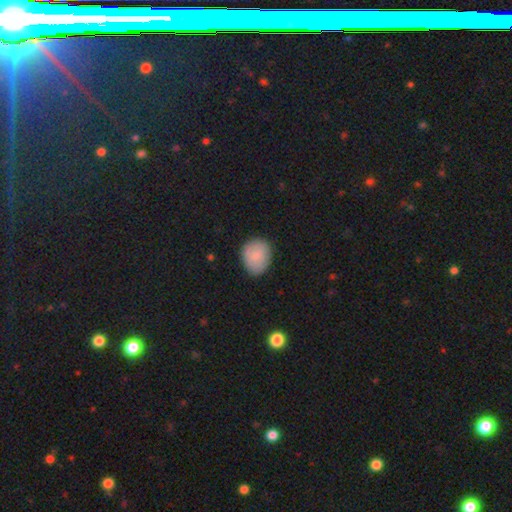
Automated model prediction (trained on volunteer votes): Smooth or featured: smooth — 82% (featured or disk — 11%)
How rounded: round — 52% (in between — 47%)
Merging: none — 79% (minor disturbance — 16%)